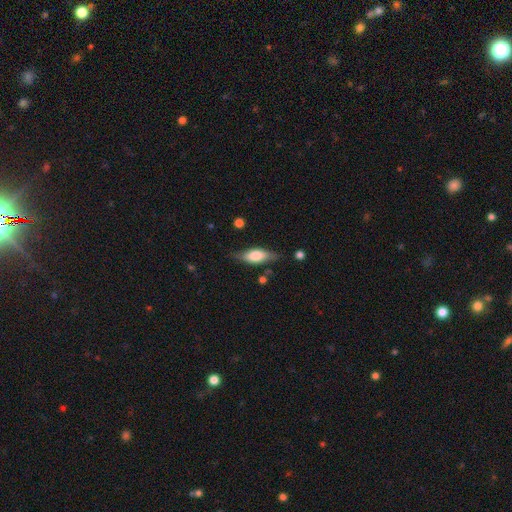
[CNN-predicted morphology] This appears to be a smooth galaxy with no disk features (60%) that is in between round and cigar-shaped (69%). Merging: none (73%).